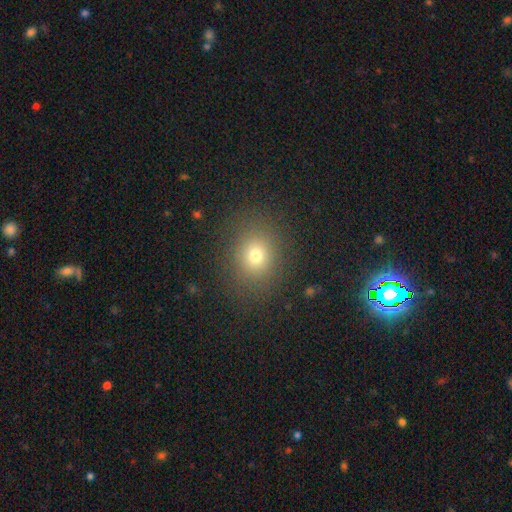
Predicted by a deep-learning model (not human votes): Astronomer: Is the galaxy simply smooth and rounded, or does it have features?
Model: smooth — 73%.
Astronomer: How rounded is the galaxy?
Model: round — 69%.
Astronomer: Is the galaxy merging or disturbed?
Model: none — 86%.